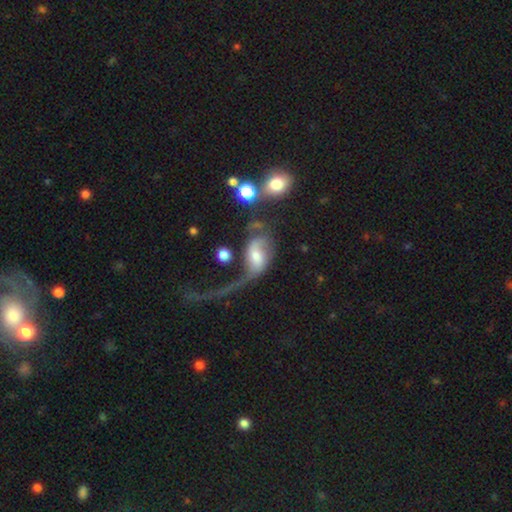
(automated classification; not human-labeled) Q: Smooth or featured?
A: featured or disk (55%); runner-up: smooth (36%)
Q: Edge-on disk?
A: no (94%); runner-up: yes (6%)
Q: Bar?
A: no (49%); runner-up: weak (37%)
Q: Spiral arms?
A: yes (75%); runner-up: no (25%)
Q: Bulge size?
A: moderate (52%); runner-up: small (30%)
Q: Merging?
A: major disturbance (49%); runner-up: merger (20%)